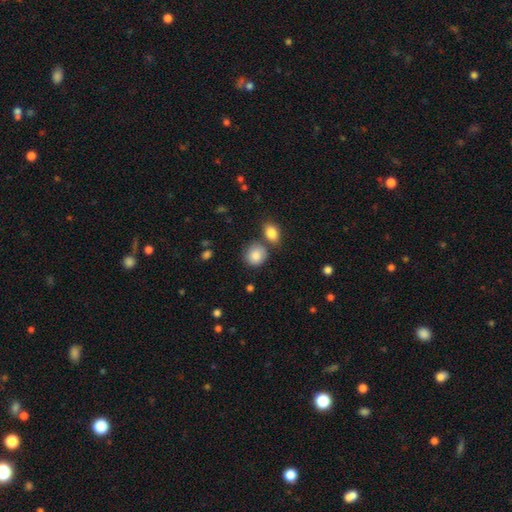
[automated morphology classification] This is clearly a smooth galaxy (86%). How rounded: likely round (77%). Merging: likely none (66%).